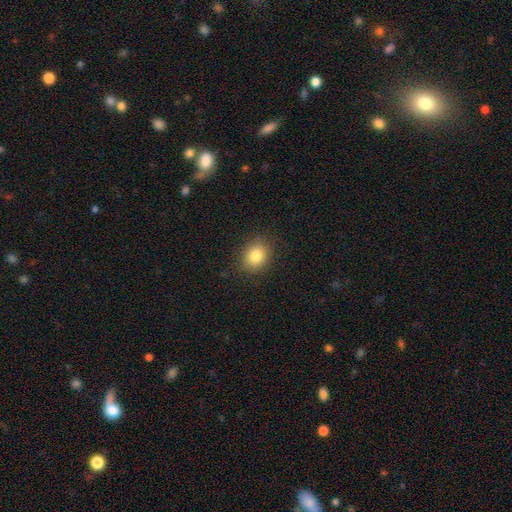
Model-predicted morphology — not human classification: Overall: smooth (83%). How rounded: round (58%; in between 41%). Merging: none (87%).